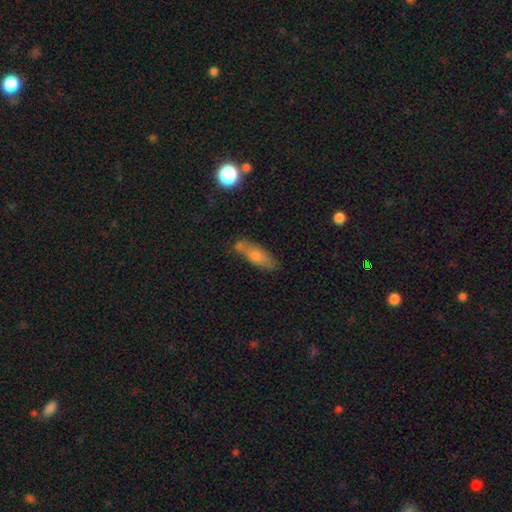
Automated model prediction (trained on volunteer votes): smooth_or_featured: smooth (p=0.65) [alt: featured or disk p=0.26]
how_rounded: in between (p=0.58) [alt: cigar-shaped p=0.38]
merging: none (p=0.64) [alt: minor disturbance p=0.20]